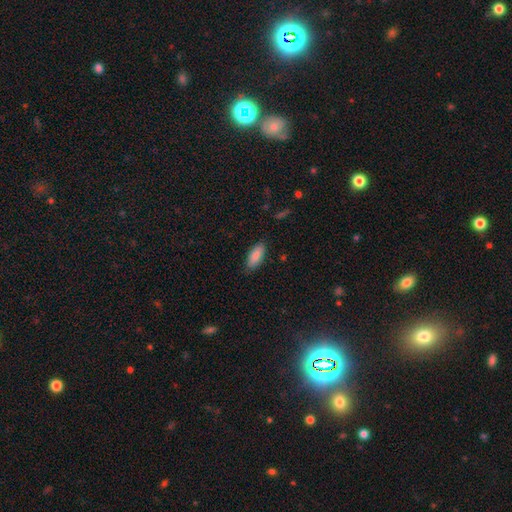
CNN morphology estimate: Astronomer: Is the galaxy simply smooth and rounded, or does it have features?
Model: smooth — 87%.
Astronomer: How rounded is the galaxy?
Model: in between — 84%.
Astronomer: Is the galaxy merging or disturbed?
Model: none — 84%.